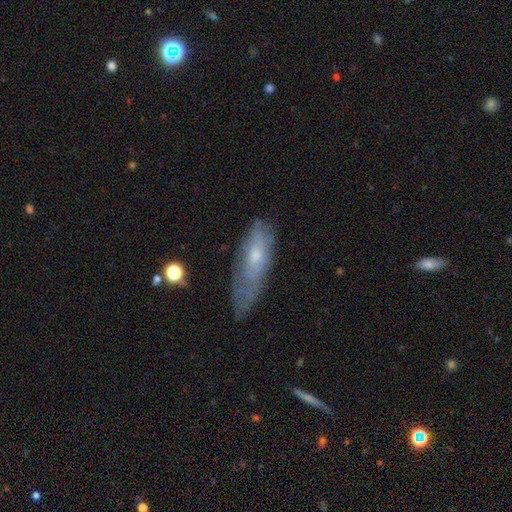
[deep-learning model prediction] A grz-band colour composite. It shows a smooth galaxy with no disk features (47%). Merging: none (46%).